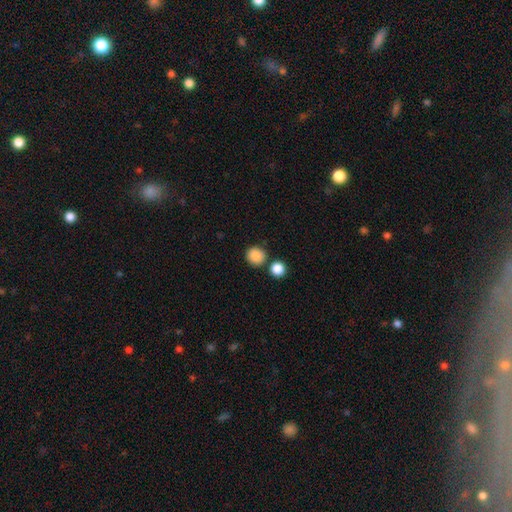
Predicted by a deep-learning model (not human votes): This is clearly a smooth galaxy (87%). How rounded: clearly round (89%). Merging: likely none (79%).